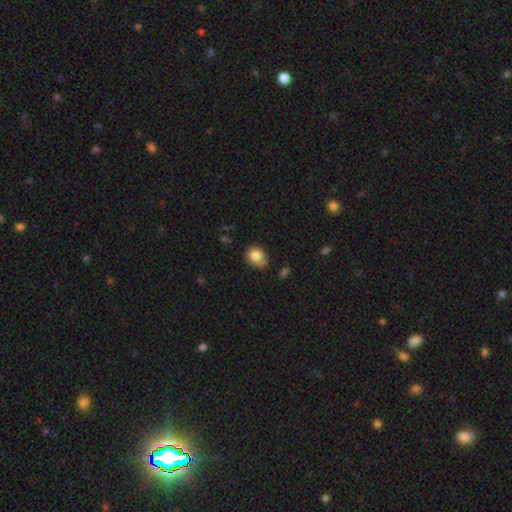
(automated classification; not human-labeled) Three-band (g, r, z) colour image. It shows a smooth galaxy with no disk features (81%) that is round (53%). Merging: none (64%).